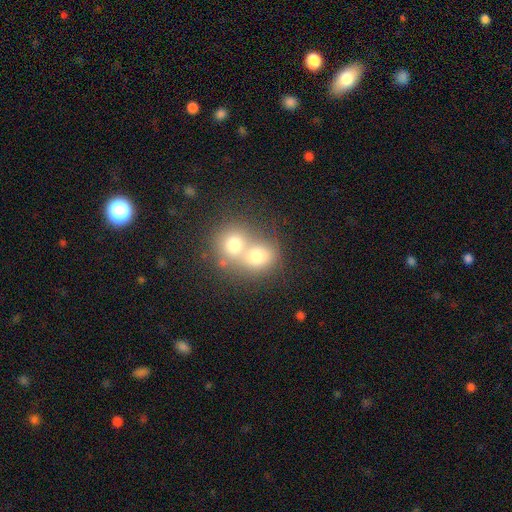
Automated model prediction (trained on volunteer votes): Smooth or featured? smooth (65%)
How rounded? round (69%)
Merging? merger (73%)